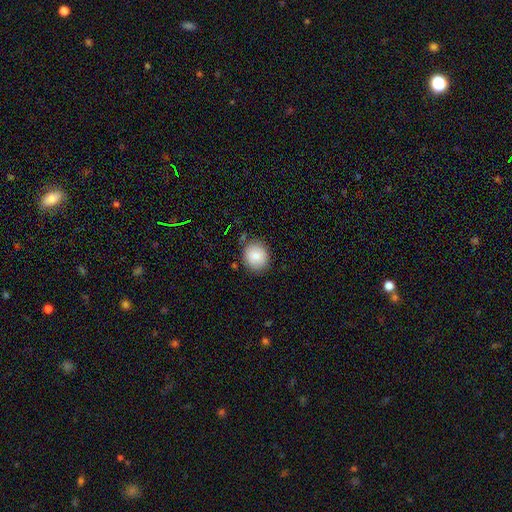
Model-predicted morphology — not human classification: Overall: smooth (84%). How rounded: round (77%). Merging: none (84%).